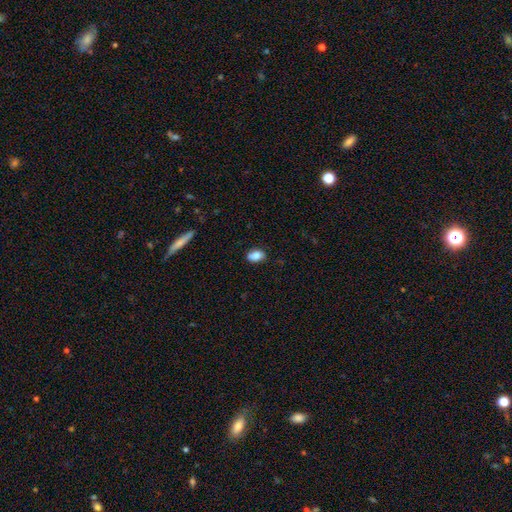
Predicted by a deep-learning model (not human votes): Smooth or featured?
  - smooth: 86% *
  - star or artifact: 8%
  - featured or disk: 6%
How rounded?
  - in between: 87% *
  - round: 11%
  - cigar-shaped: 2%
Merging?
  - none: 83% *
  - minor disturbance: 13%
  - major disturbance: 2%
  - merger: 1%